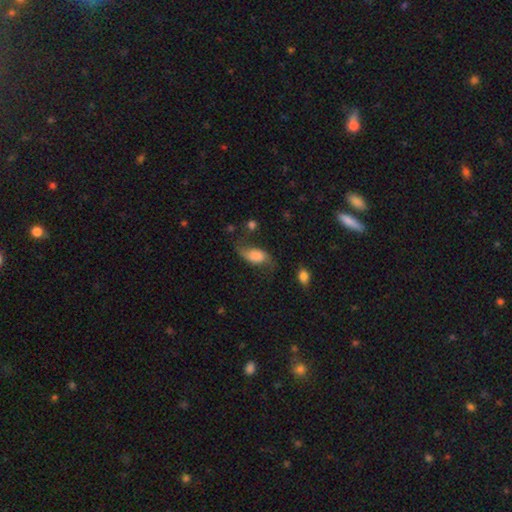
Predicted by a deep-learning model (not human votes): This appears to be a smooth galaxy with no disk features (48%). Merging: none (50%).